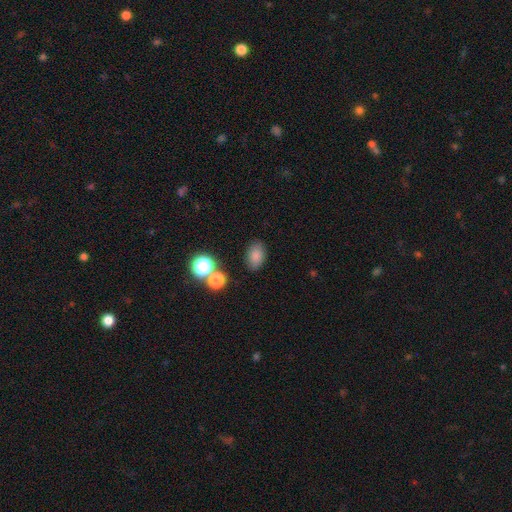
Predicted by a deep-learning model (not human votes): smooth-or-featured: smooth: 81% | star or artifact: 12% | featured or disk: 7%
  how-rounded: in between: 84% | round: 14% | cigar-shaped: 1%
  merging: none: 80% | minor disturbance: 12% | merger: 5% | major disturbance: 4%